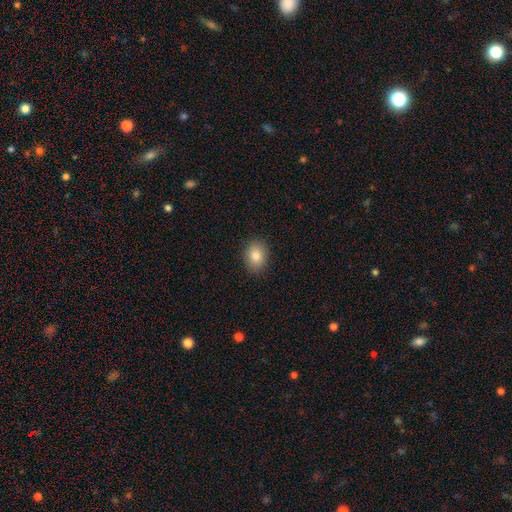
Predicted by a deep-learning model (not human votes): The model was most divided on "how rounded": in between: 62%, round: 37%, cigar-shaped: 1%. More confident: merging — none (89%); smooth or featured — smooth (83%).